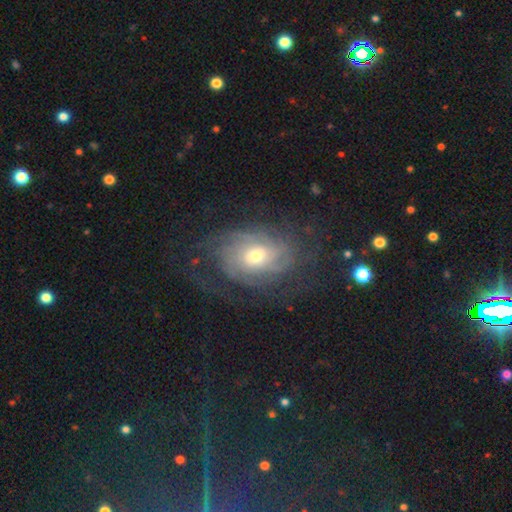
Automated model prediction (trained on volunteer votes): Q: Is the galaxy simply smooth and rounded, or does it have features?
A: featured or disk — 80%.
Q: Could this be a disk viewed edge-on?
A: no — 96%.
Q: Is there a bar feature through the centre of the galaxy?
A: no — 68%.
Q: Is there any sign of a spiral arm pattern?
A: yes — 92%.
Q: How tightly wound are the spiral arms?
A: tight — 62%.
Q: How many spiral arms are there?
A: can't tell — 46%.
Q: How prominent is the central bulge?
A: moderate — 53%.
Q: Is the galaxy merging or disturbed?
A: none — 67%.